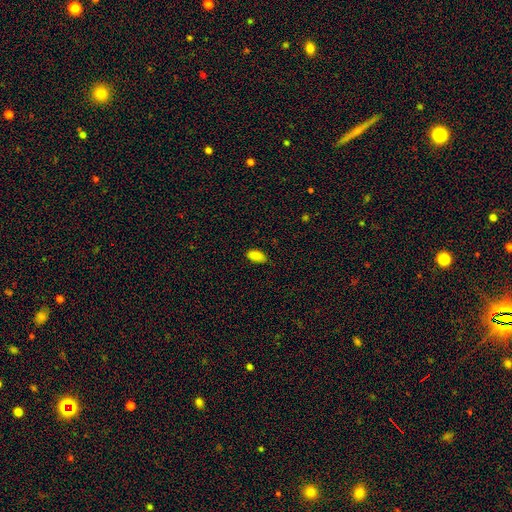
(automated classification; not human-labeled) smooth-or-featured: smooth: 87% | star or artifact: 9% | featured or disk: 4%
  how-rounded: in between: 93% | cigar-shaped: 4% | round: 3%
  merging: none: 80% | minor disturbance: 16% | major disturbance: 3% | merger: 1%